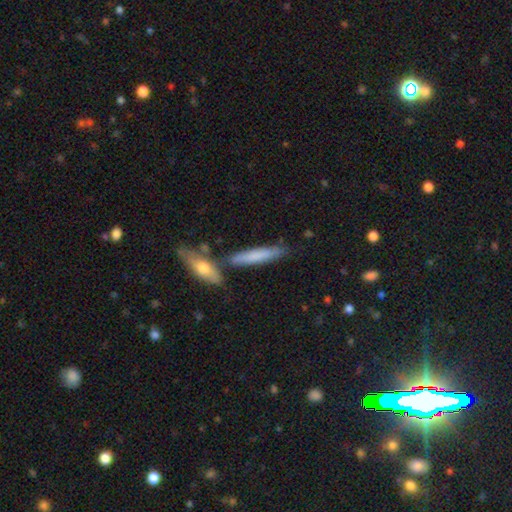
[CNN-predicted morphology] Q: Smooth or featured?
A: smooth (71%); runner-up: featured or disk (23%)
Q: How rounded?
A: cigar-shaped (86%); runner-up: in between (12%)
Q: Merging?
A: none (73%); runner-up: minor disturbance (13%)